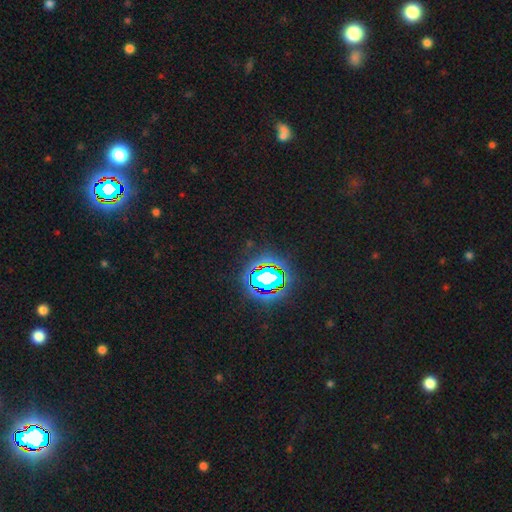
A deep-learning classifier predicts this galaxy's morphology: star or artifact 82%, smooth 11%, featured or disk 7%.